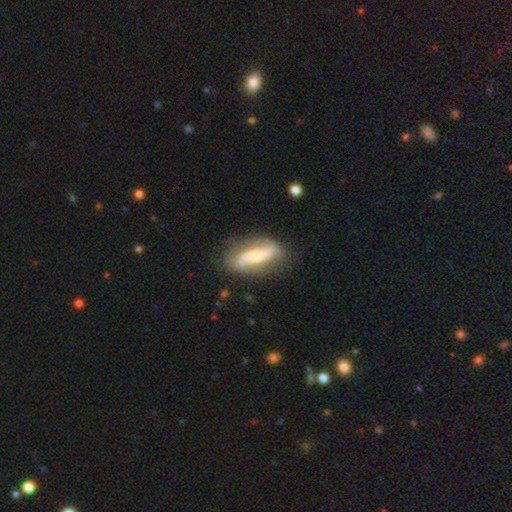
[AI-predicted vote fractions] smooth_or_featured: featured or disk (p=0.65) [alt: smooth p=0.30]
disk_edge_on: no (p=0.74) [alt: yes p=0.26]
merging: none (p=0.79) [alt: minor disturbance p=0.15]